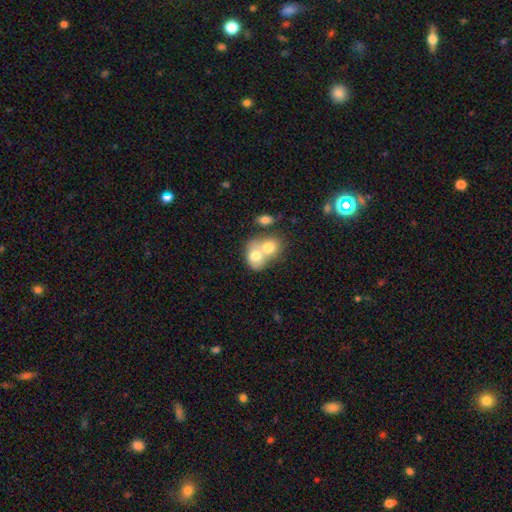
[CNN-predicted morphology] This appears to be a smooth galaxy with no disk features (70%) that is in between round and cigar-shaped (55%). Merging: merger (74%).